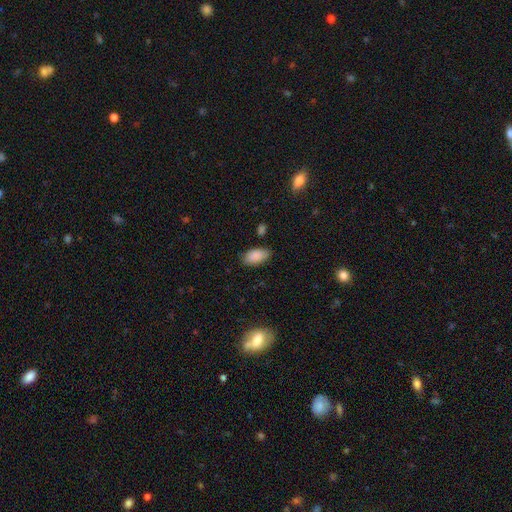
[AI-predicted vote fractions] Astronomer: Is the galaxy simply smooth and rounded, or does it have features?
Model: smooth — 89%.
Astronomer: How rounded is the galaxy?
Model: in between — 94%.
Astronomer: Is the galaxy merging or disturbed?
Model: none — 81%.